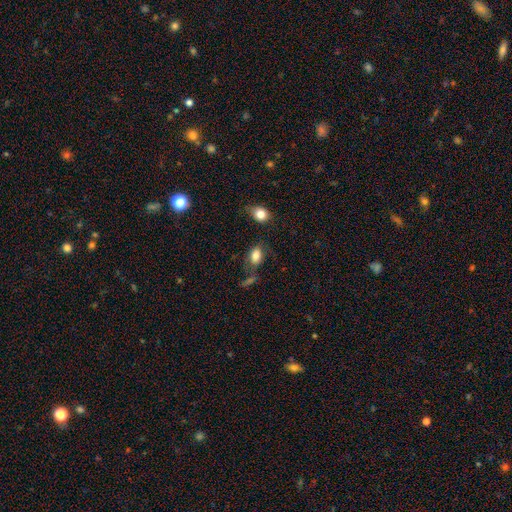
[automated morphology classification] Q: Smooth or featured?
A: smooth (82%); runner-up: star or artifact (9%)
Q: How rounded?
A: in between (84%); runner-up: round (14%)
Q: Merging?
A: none (60%); runner-up: minor disturbance (21%)